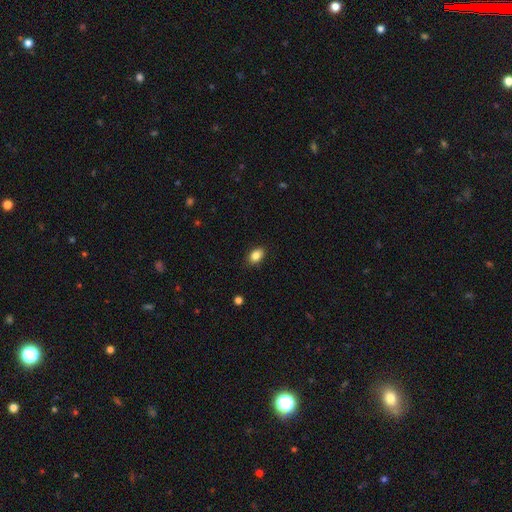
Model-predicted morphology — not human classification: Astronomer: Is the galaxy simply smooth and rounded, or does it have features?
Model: smooth — 86%.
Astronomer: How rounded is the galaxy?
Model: in between — 85%.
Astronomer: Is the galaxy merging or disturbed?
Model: none — 87%.